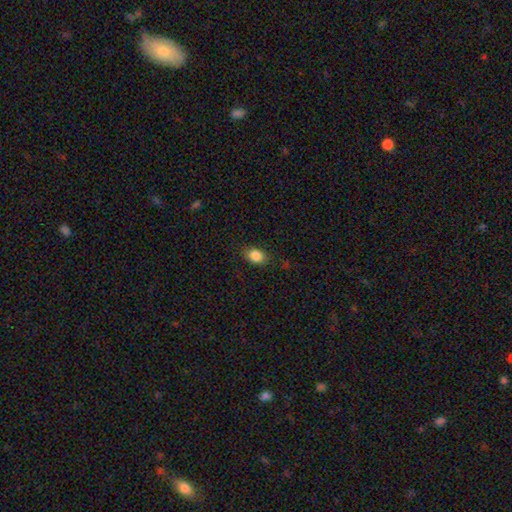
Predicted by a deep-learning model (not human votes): smooth_or_featured: smooth (p=0.86) [alt: star or artifact p=0.09]
how_rounded: in between (p=0.75) [alt: round p=0.23]
merging: none (p=0.83) [alt: minor disturbance p=0.12]